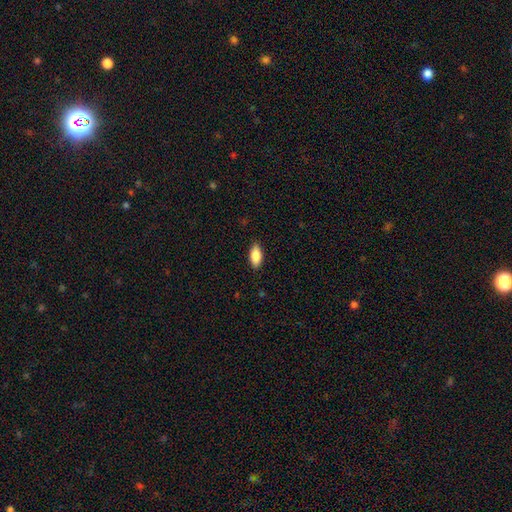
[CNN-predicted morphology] A smooth galaxy with no disk features (86%) that is in between round and cigar-shaped (88%).

Vote fractions:
- Smooth or featured? smooth: 86% / featured or disk: 7% / star or artifact: 6%
- How rounded? in between: 88% / cigar-shaped: 9% / round: 2%
- Merging? none: 87% / minor disturbance: 10% / major disturbance: 2% / merger: 1%